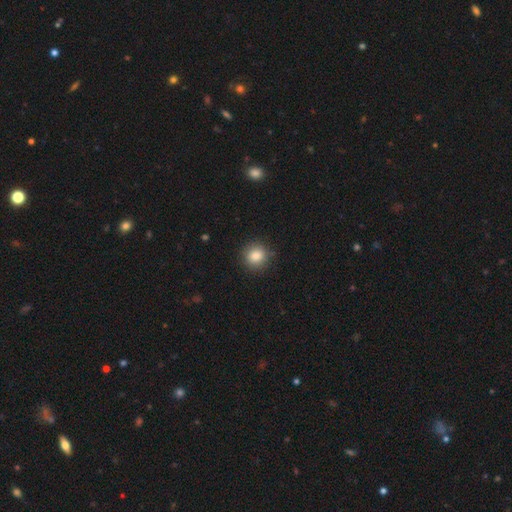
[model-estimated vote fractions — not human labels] Smooth or featured? Predicted: smooth (p=0.85). How rounded? Predicted: round (p=0.89). Merging? Predicted: none (p=0.88).